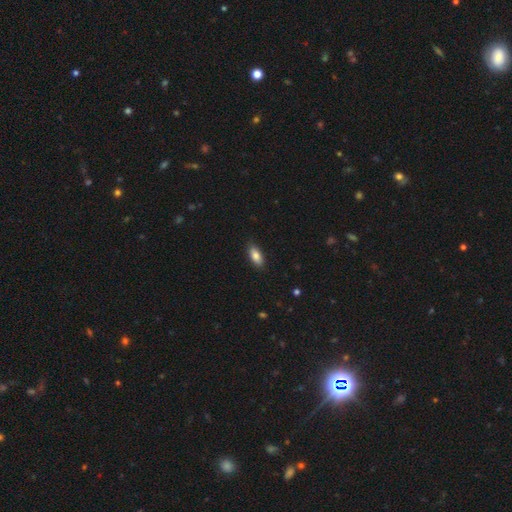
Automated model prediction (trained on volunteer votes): Smooth or featured? smooth (84%)
How rounded? in between (86%)
Merging? none (86%)